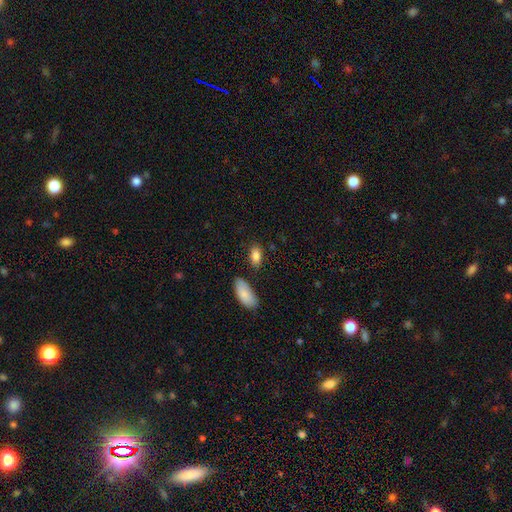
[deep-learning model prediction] Smooth or featured: smooth — 86% (star or artifact — 7%)
How rounded: in between — 90% (round — 5%)
Merging: none — 81% (minor disturbance — 12%)